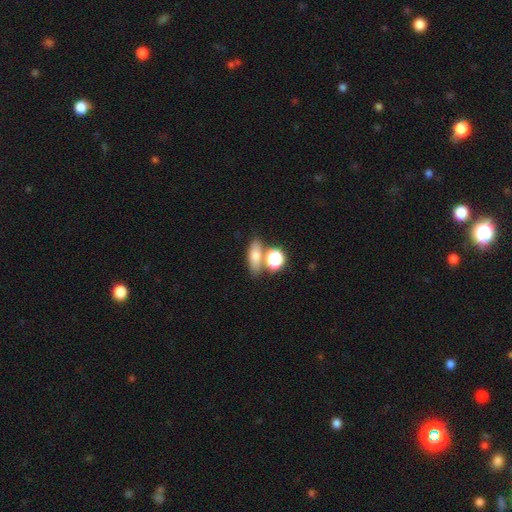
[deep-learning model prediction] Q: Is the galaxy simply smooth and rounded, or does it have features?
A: smooth — 69%.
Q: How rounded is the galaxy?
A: in between — 60%.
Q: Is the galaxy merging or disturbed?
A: none — 62%.